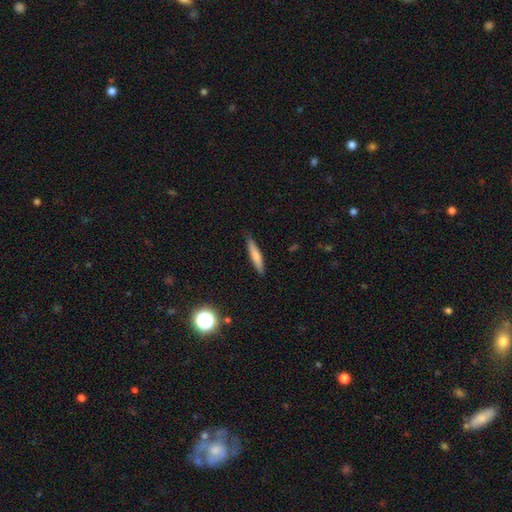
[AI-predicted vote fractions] smooth_or_featured: smooth (p=0.72) [alt: featured or disk p=0.21]
how_rounded: cigar-shaped (p=0.88) [alt: in between p=0.10]
merging: none (p=0.83) [alt: minor disturbance p=0.14]